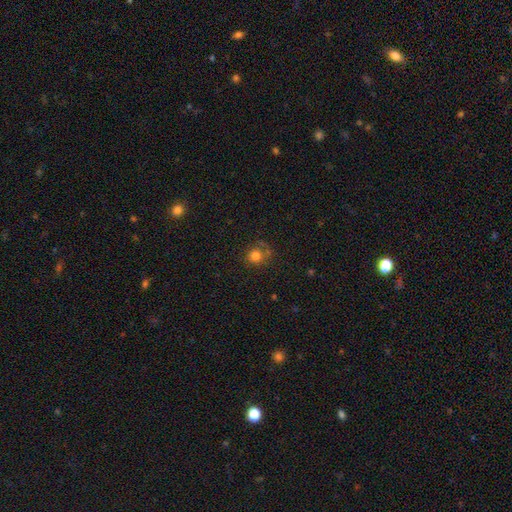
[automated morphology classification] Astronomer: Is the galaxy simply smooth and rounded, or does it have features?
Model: smooth — 79%.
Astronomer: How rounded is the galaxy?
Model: round — 87%.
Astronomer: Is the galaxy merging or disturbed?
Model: none — 67%.